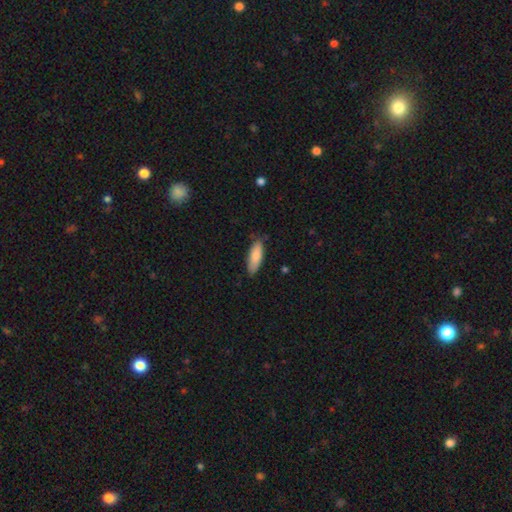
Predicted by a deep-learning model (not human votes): This appears to be a smooth galaxy with no disk features (85%) that is in between round and cigar-shaped (64%). Merging: none (79%).